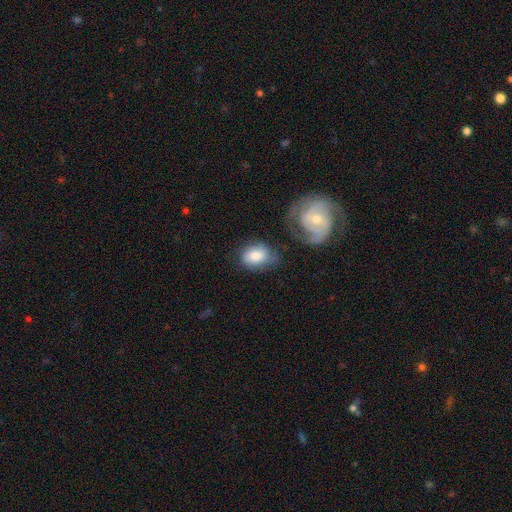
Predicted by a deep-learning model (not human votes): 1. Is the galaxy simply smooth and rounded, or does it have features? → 76% smooth, 17% featured or disk, 7% star or artifact.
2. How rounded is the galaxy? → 70% in between, 28% round, 1% cigar-shaped.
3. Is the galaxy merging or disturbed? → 50% none, 27% minor disturbance, 14% major disturbance, 9% merger.